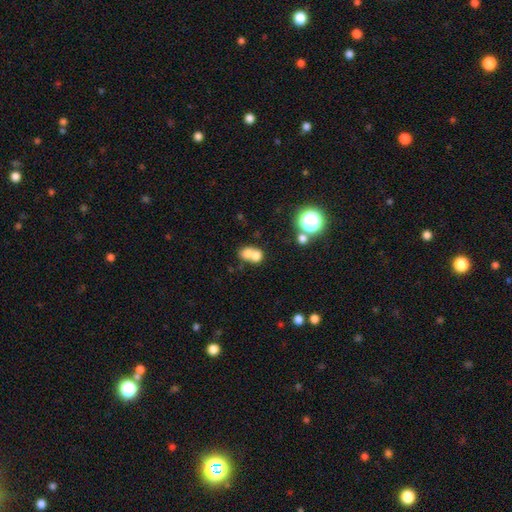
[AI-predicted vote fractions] Q: Smooth or featured?
A: smooth (69%); runner-up: featured or disk (17%)
Q: How rounded?
A: round (56%); runner-up: in between (43%)
Q: Merging?
A: merger (66%); runner-up: none (24%)